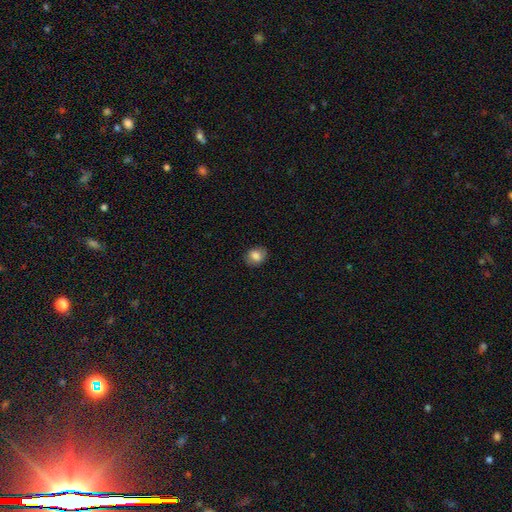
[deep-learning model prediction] This is clearly a smooth galaxy (84%). How rounded: possibly round (55%). Merging: clearly none (85%).